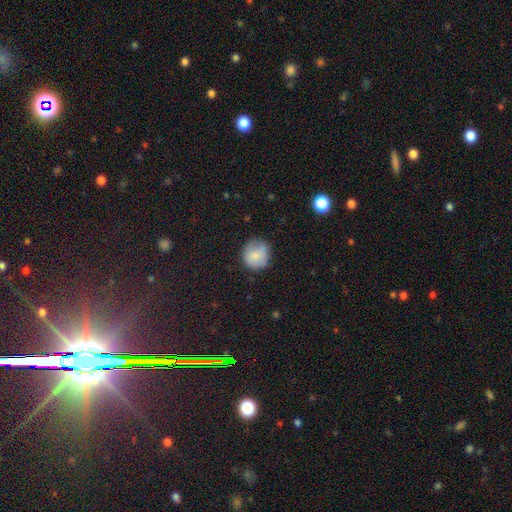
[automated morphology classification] This appears to be a smooth galaxy with no disk features (78%) that is round (89%). Merging: none (72%).